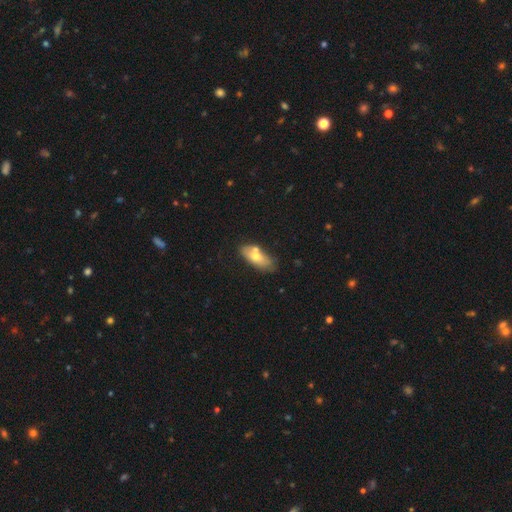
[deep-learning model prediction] A smooth galaxy with no disk features (64%) that is in between round and cigar-shaped (80%). Merging: none (56%).